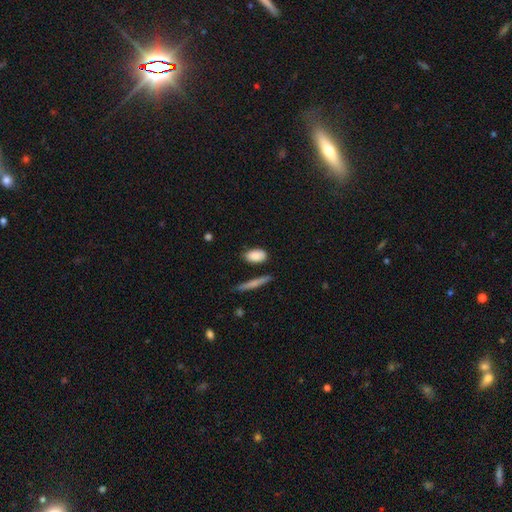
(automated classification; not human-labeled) The model was most divided on "merging": none: 75%, minor disturbance: 16%, merger: 4%, major disturbance: 4%. More confident: how rounded — in between (86%); smooth or featured — smooth (86%).